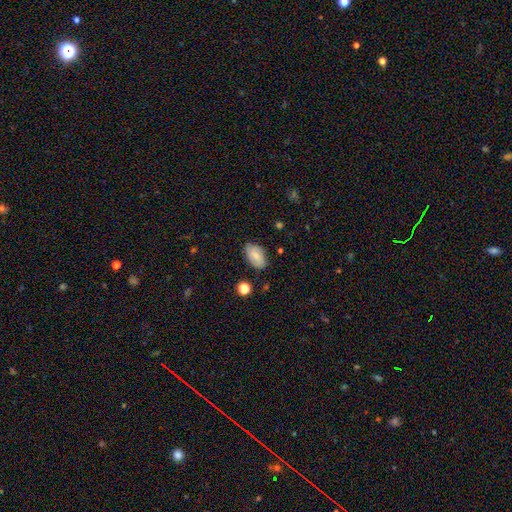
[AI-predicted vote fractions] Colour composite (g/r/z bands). It shows a smooth galaxy with no disk features (74%) that is in between round and cigar-shaped (93%). Merging: none (79%).